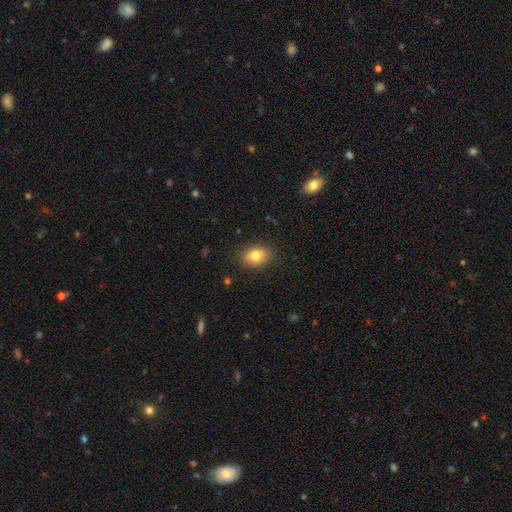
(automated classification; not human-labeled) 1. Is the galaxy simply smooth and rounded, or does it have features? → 79% smooth, 13% featured or disk, 9% star or artifact.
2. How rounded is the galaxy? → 79% in between, 19% round, 2% cigar-shaped.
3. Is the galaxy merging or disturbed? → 86% none, 11% minor disturbance, 3% major disturbance, 1% merger.